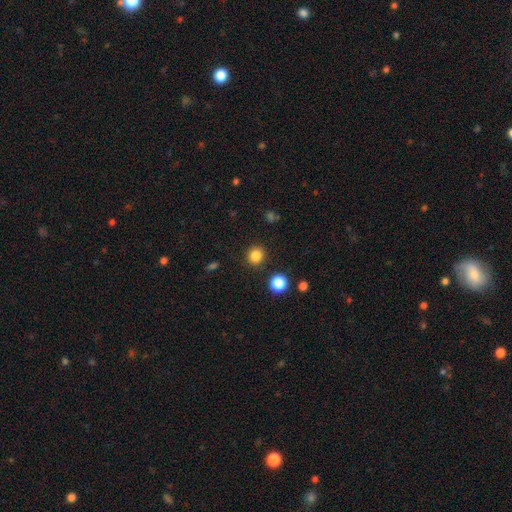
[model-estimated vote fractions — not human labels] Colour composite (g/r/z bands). It shows a smooth galaxy with no disk features (84%) that is round (89%). Merging: none (91%).